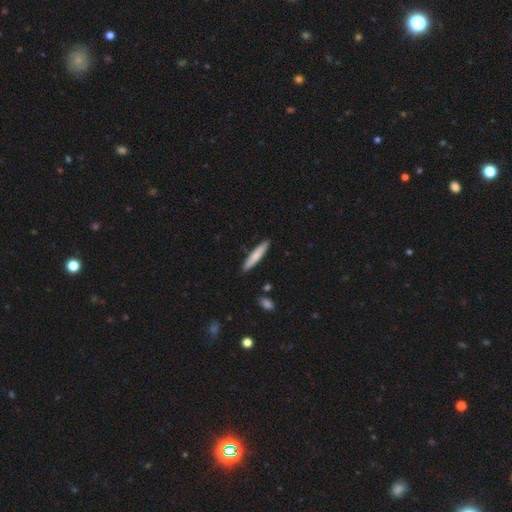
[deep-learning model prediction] Morphology: type=smooth (76%); roundness=cigar-shaped (91%); merging=none (89%).